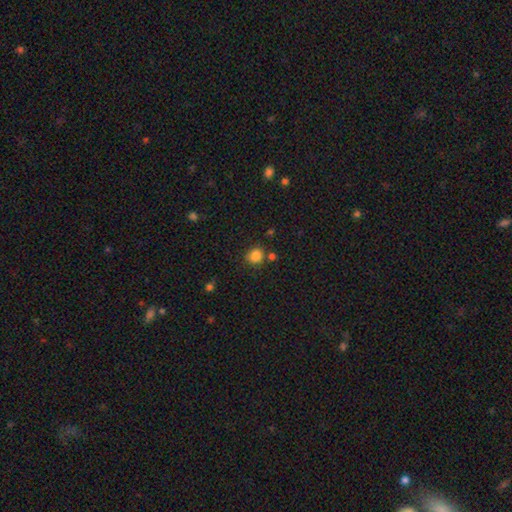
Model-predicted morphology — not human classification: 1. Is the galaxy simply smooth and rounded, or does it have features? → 84% smooth, 12% star or artifact, 4% featured or disk.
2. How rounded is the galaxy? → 85% round, 15% in between, 1% cigar-shaped.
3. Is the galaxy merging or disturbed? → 79% none, 10% minor disturbance, 8% merger, 3% major disturbance.